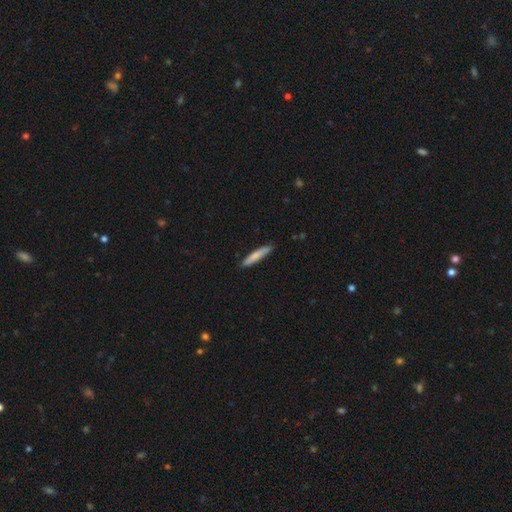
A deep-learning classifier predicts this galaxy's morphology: Smooth or featured? smooth (77%)
How rounded? cigar-shaped (91%)
Merging? none (86%)